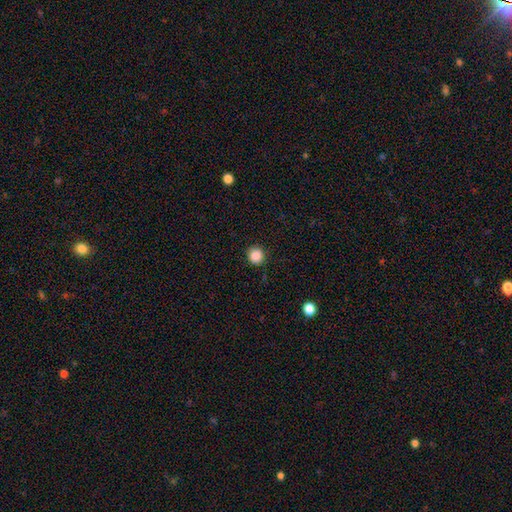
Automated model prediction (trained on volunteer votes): Overall: smooth (87%). How rounded: round (93%). Merging: none (91%).